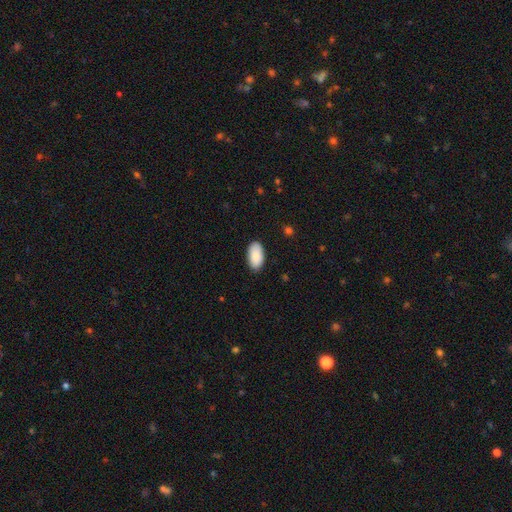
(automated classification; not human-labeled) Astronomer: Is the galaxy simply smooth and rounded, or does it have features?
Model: smooth — 88%.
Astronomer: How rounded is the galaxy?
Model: in between — 96%.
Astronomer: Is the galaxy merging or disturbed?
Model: none — 86%.